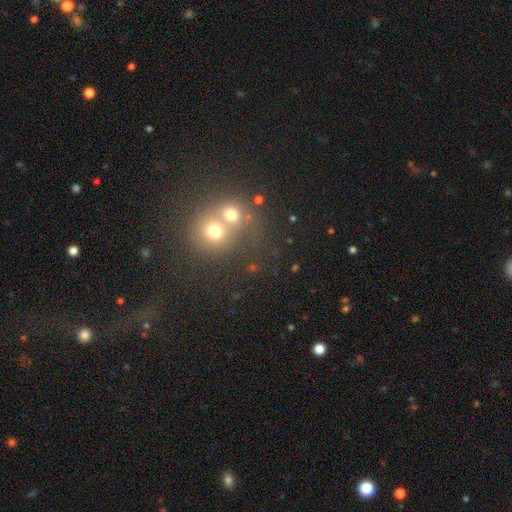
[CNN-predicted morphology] The model was most divided on "merging": merger: 48%, none: 37%, minor disturbance: 8%, major disturbance: 7%. Remaining: smooth or featured — smooth (48%).